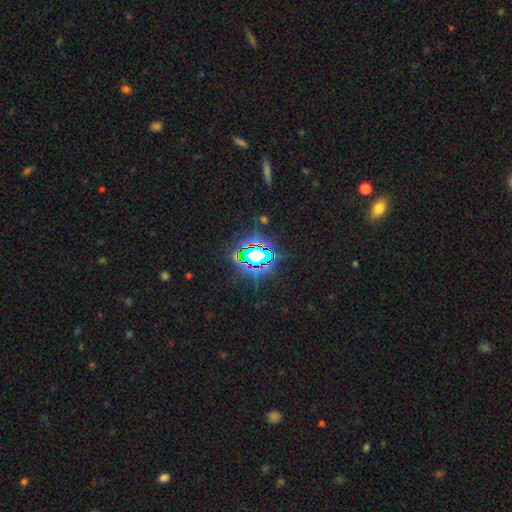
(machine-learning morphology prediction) Overall: star or artifact (73%).